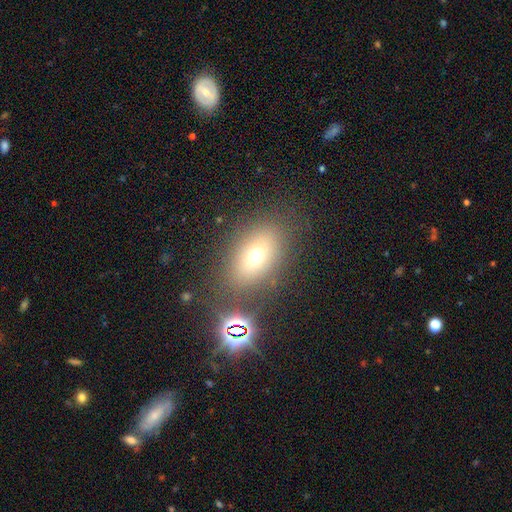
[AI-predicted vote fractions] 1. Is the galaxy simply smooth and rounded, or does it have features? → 64% smooth, 20% star or artifact, 17% featured or disk.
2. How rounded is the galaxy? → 75% in between, 23% round, 3% cigar-shaped.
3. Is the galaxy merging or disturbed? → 78% none, 11% minor disturbance, 6% major disturbance, 5% merger.